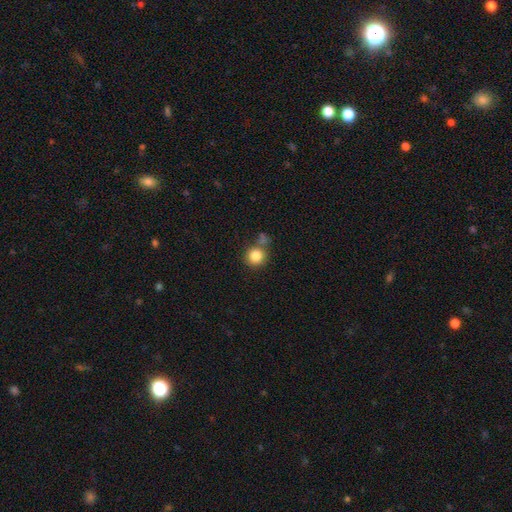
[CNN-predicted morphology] This appears to be a smooth galaxy with no disk features (84%) that is round (92%). Merging: none (68%).